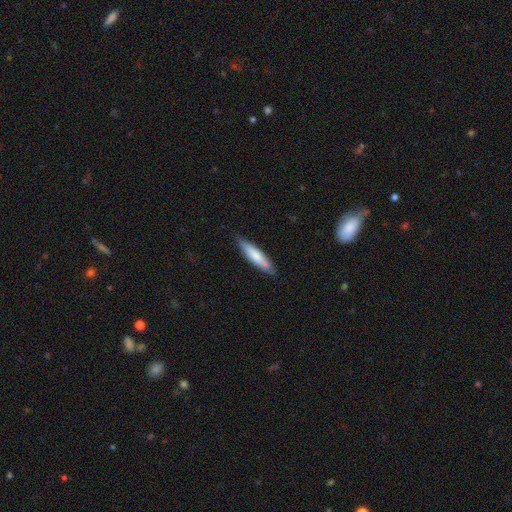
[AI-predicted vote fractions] A smooth galaxy with no disk features (73%) that is cigar-shaped (83%). Merging: none (83%).